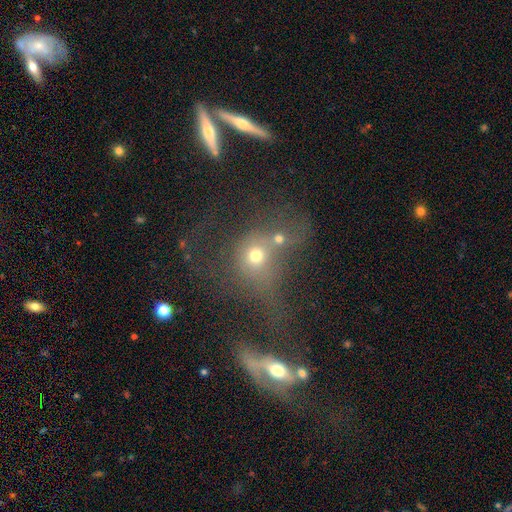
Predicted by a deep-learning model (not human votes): A smooth galaxy with no disk features (55%) that is round (73%). Merging: merger (50%).